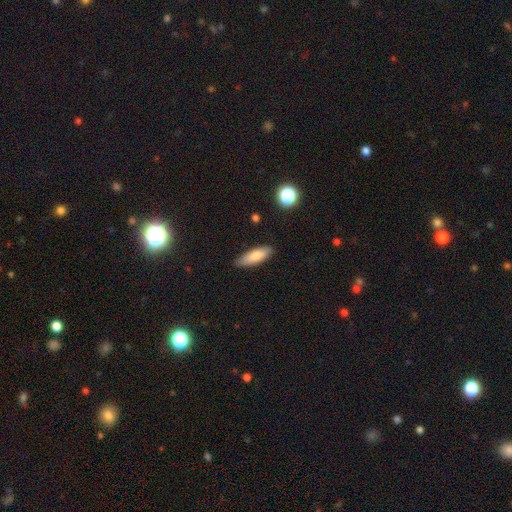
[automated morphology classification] Smooth or featured? Predicted: smooth (p=0.79). How rounded? Predicted: in between (p=0.56). Merging? Predicted: none (p=0.81).